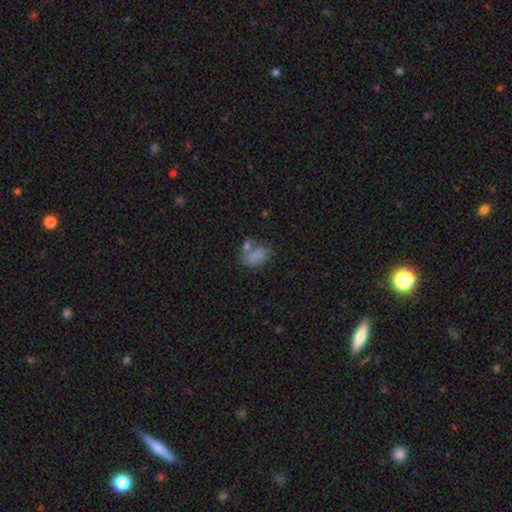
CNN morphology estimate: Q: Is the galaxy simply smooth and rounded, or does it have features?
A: smooth — 74%.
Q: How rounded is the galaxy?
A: in between — 87%.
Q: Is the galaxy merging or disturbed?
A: none — 35%.